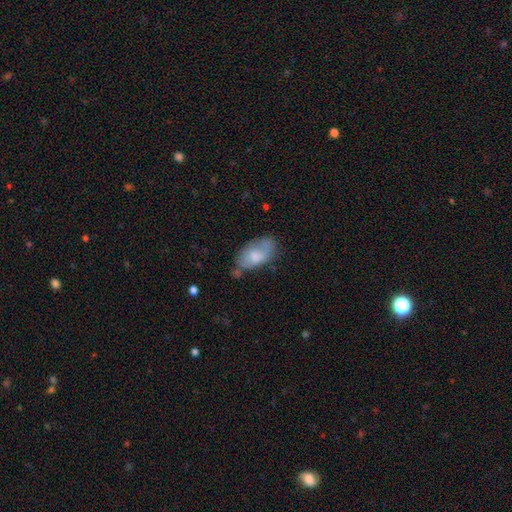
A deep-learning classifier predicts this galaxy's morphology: This is likely a smooth galaxy (69%). How rounded: clearly in between (94%). Merging: possibly none (52%).